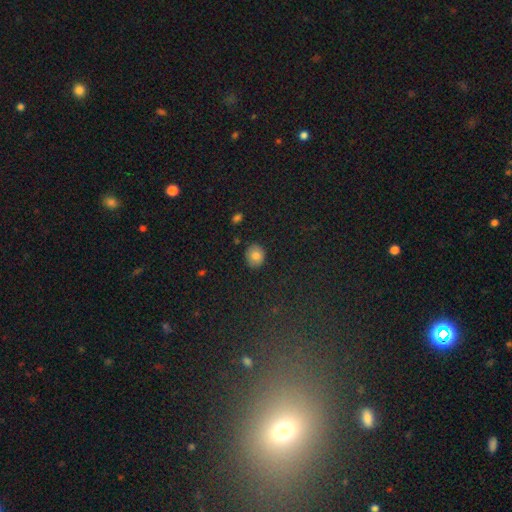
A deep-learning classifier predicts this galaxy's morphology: This is clearly a smooth galaxy (82%). How rounded: likely round (65%). Merging: clearly none (84%).